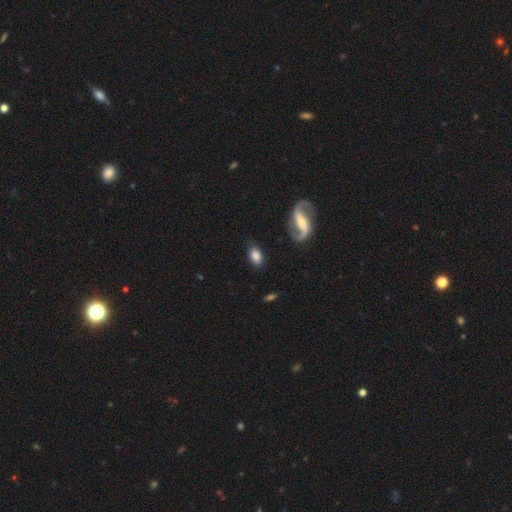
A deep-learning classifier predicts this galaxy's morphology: smooth_or_featured: smooth (p=0.72) [alt: featured or disk p=0.20]
how_rounded: in between (p=0.87) [alt: round p=0.10]
merging: none (p=0.80) [alt: minor disturbance p=0.14]